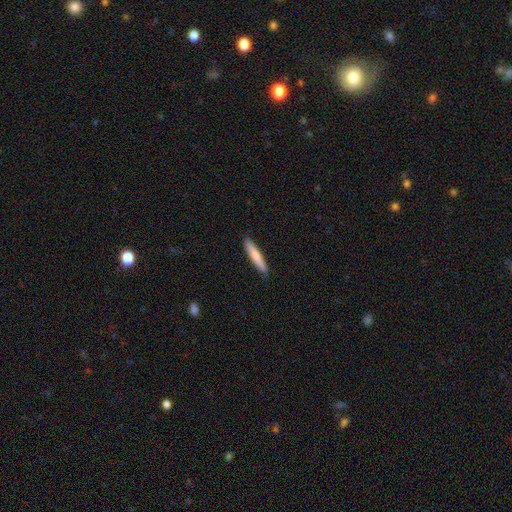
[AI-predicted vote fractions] Smooth or featured: smooth — 71% (featured or disk — 24%)
How rounded: cigar-shaped — 91% (in between — 8%)
Merging: none — 89% (minor disturbance — 8%)